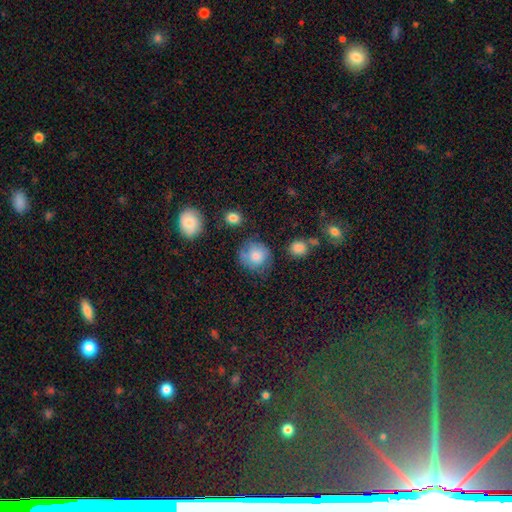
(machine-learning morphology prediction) Smooth or featured? Predicted: smooth (p=0.72). How rounded? Predicted: round (p=0.85). Merging? Predicted: none (p=0.61).